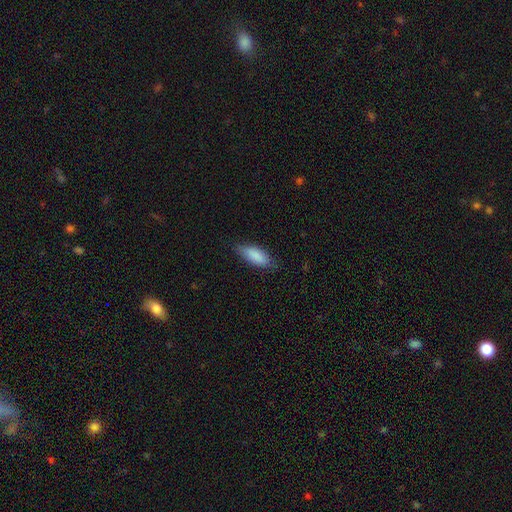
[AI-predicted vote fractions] Smooth or featured?
  - smooth: 86% *
  - featured or disk: 8%
  - star or artifact: 6%
How rounded?
  - in between: 73% *
  - cigar-shaped: 25%
  - round: 2%
Merging?
  - none: 78% *
  - minor disturbance: 18%
  - major disturbance: 3%
  - merger: 1%